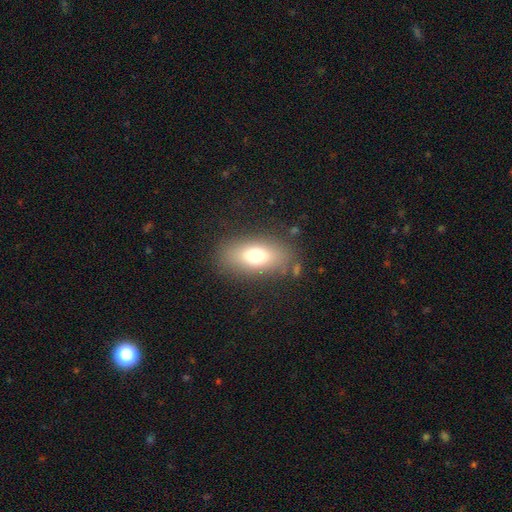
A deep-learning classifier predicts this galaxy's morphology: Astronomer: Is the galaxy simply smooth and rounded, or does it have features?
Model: smooth — 72%.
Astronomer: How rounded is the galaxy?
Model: in between — 85%.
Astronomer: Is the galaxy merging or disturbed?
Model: none — 82%.